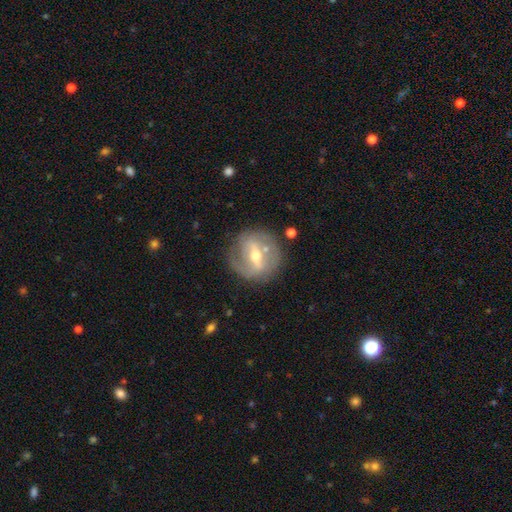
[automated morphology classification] featured or disk 73%, smooth 20%, star or artifact 7%. Down the decision tree: edge-on disk — no (91%); bar — strong (52%); spiral arms — yes (62%); bulge size — moderate (67%); merging — none (74%).